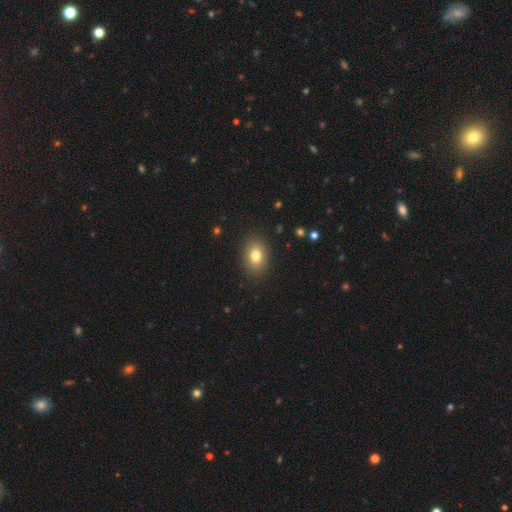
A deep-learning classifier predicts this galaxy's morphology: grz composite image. It shows a smooth galaxy with no disk features (80%) that is in between round and cigar-shaped (73%). Merging: none (88%).